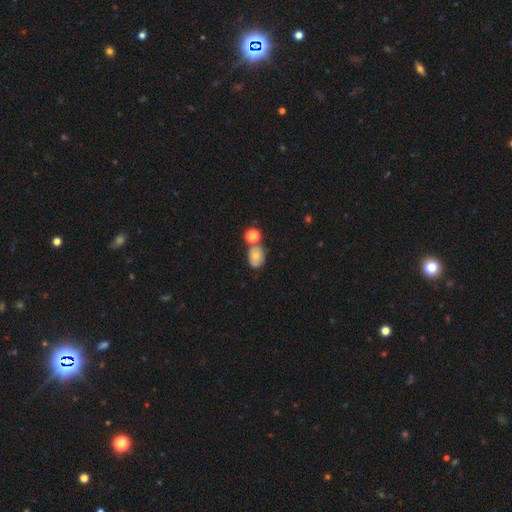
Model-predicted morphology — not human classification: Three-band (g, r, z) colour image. It shows a smooth galaxy with no disk features (67%) that is in between round and cigar-shaped (65%). Merging: none (56%).